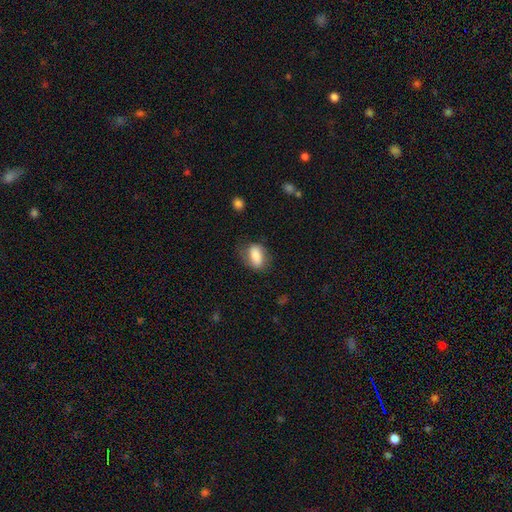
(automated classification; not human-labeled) This is clearly a smooth galaxy (81%). How rounded: clearly in between (85%). Merging: likely none (67%).